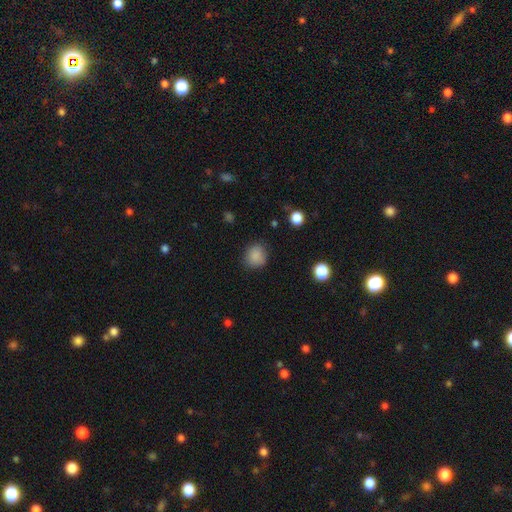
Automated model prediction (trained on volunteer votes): Smooth or featured? Predicted: smooth (p=0.86). How rounded? Predicted: round (p=0.81). Merging? Predicted: none (p=0.82).